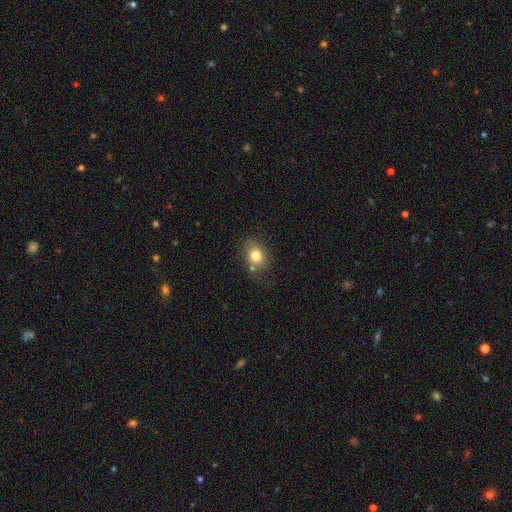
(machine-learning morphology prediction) Smooth or featured: smooth — 79% (star or artifact — 10%)
How rounded: in between — 53% (round — 46%)
Merging: none — 70% (minor disturbance — 16%)